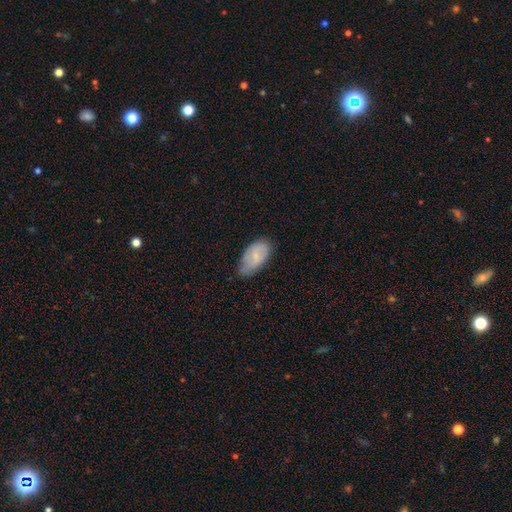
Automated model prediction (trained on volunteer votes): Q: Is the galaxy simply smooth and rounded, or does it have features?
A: smooth — 61%.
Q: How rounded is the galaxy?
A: in between — 93%.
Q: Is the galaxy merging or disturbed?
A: none — 57%.